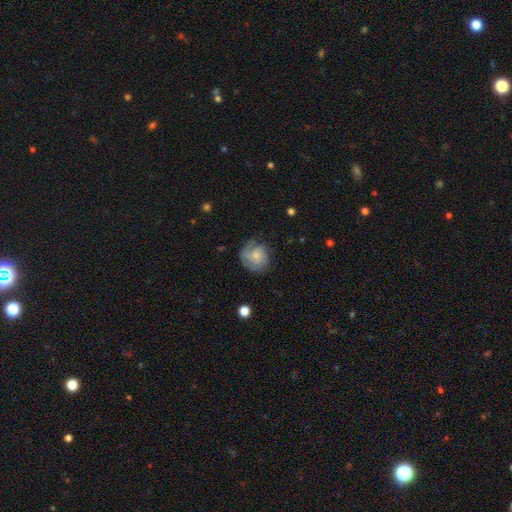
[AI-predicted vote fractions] Smooth or featured? Predicted: smooth (p=0.47). Merging? Predicted: none (p=0.60).